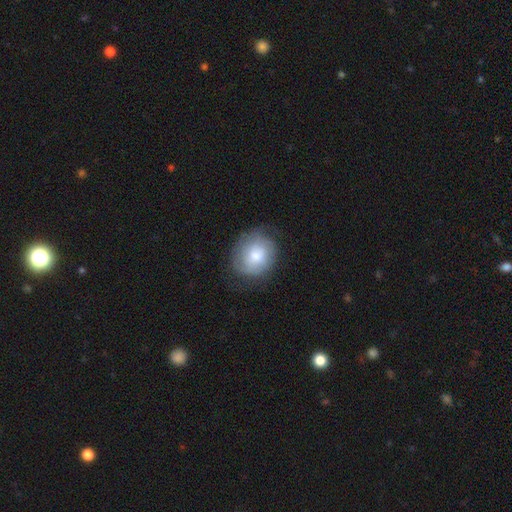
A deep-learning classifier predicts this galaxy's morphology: Overall: smooth (63%; featured or disk 30%). How rounded: round (69%; in between 30%). Merging: none (68%).